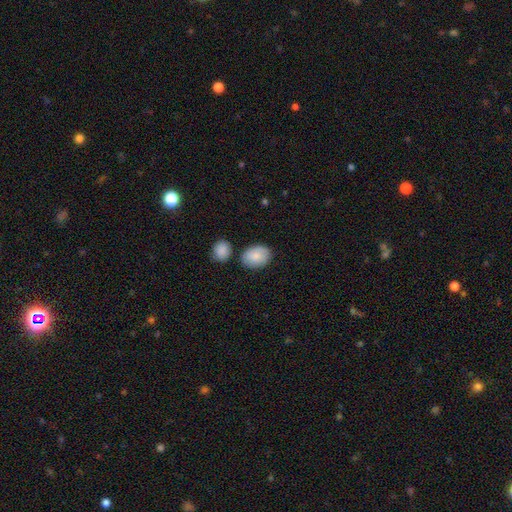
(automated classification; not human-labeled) Smooth or featured? smooth (86%)
How rounded? in between (76%)
Merging? none (76%)